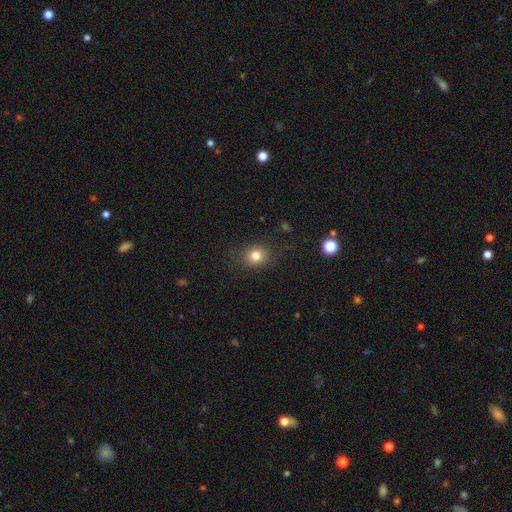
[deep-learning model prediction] The model was most divided on "how rounded": round: 74%, in between: 25%, cigar-shaped: 1%. More confident: merging — none (85%); smooth or featured — smooth (80%).